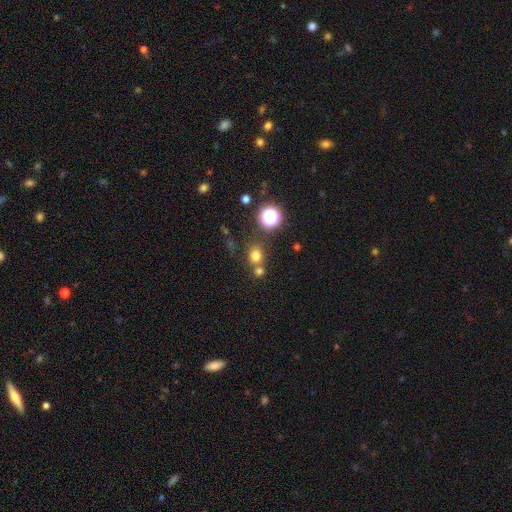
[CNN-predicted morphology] Overall: smooth (72%). How rounded: round (76%). Merging: none (61%; merger 26%).